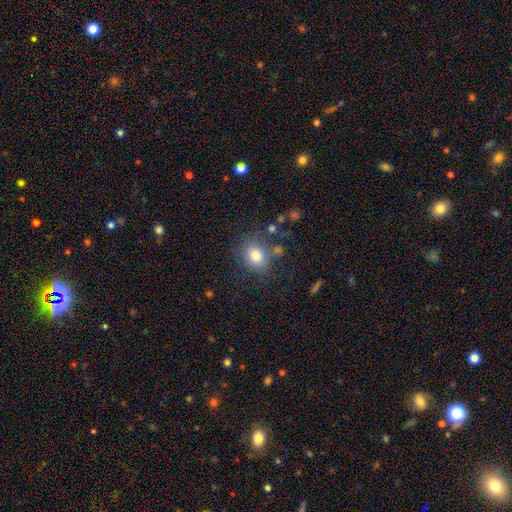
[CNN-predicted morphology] Smooth or featured: smooth — 79% (star or artifact — 11%)
How rounded: round — 58% (in between — 41%)
Merging: none — 66% (minor disturbance — 18%)